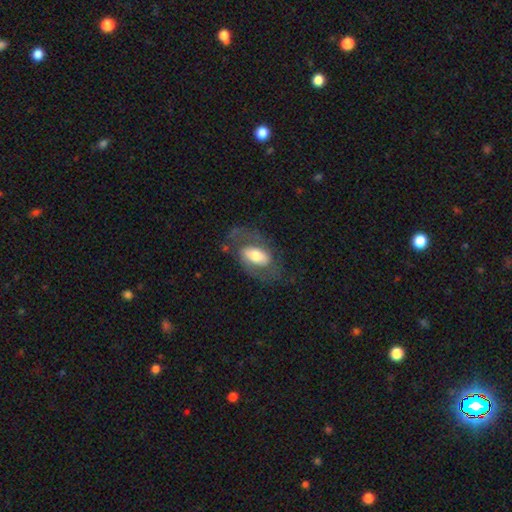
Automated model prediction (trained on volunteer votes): Morphology: type=featured or disk (56%); edge-on=no (91%); bar=no (41%); spiral arms=yes (60%); bulge=moderate (56%); merging=none (61%).